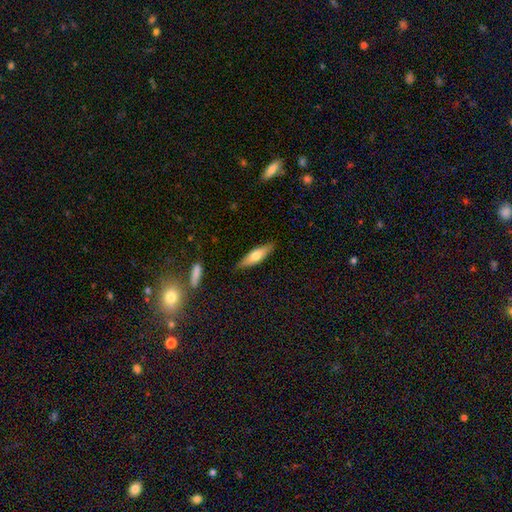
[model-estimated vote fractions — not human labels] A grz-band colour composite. It shows a smooth galaxy with no disk features (61%) that is cigar-shaped (58%). Merging: none (84%).